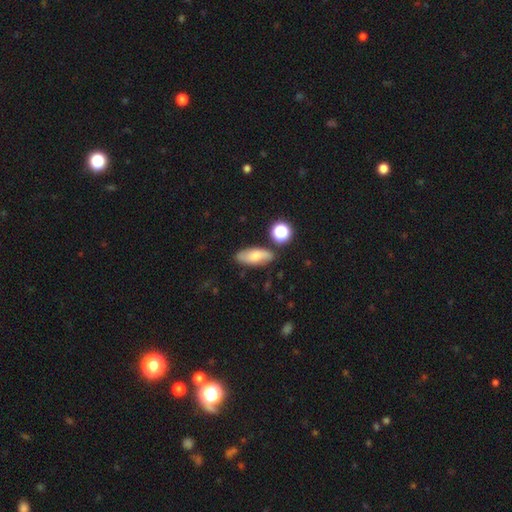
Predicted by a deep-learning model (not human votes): Q: Smooth or featured?
A: smooth (65%); runner-up: featured or disk (26%)
Q: How rounded?
A: in between (75%); runner-up: cigar-shaped (19%)
Q: Merging?
A: none (76%); runner-up: minor disturbance (15%)